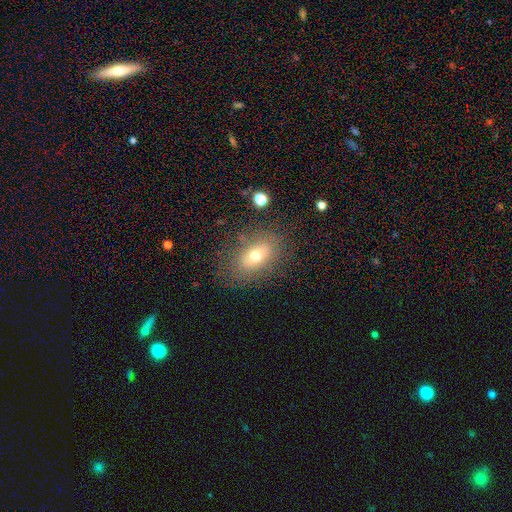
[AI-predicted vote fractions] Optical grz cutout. It shows a smooth galaxy with no disk features (64%) that is in between round and cigar-shaped (82%). Merging: none (75%).